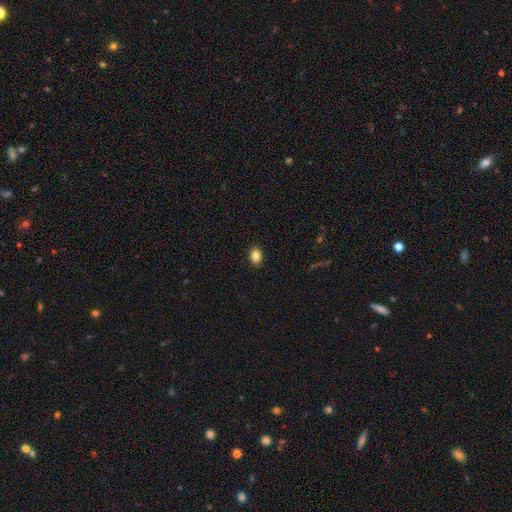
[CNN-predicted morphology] The model was most divided on "how rounded": in between: 71%, round: 28%, cigar-shaped: 1%. More confident: merging — none (89%); smooth or featured — smooth (85%).